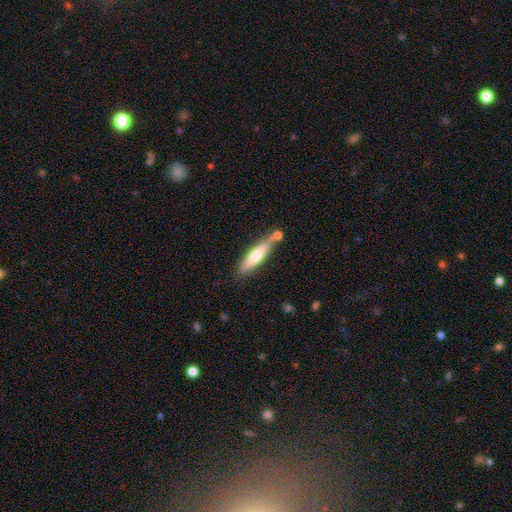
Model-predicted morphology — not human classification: Overall: smooth (56%; featured or disk 38%). How rounded: cigar-shaped (79%). Merging: none (63%).